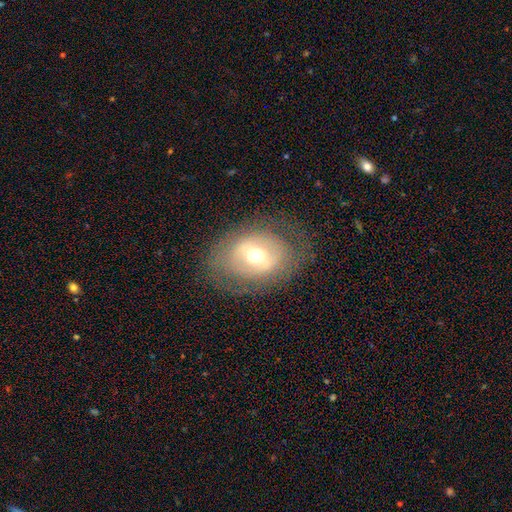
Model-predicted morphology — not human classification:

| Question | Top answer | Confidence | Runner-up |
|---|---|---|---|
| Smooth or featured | featured or disk | 56% | smooth (36%) |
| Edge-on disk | no | 92% | yes (8%) |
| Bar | weak | 38% | no (35%) |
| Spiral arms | no | 68% | yes (32%) |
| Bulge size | moderate | 69% | small (18%) |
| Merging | none | 71% | minor disturbance (17%) |